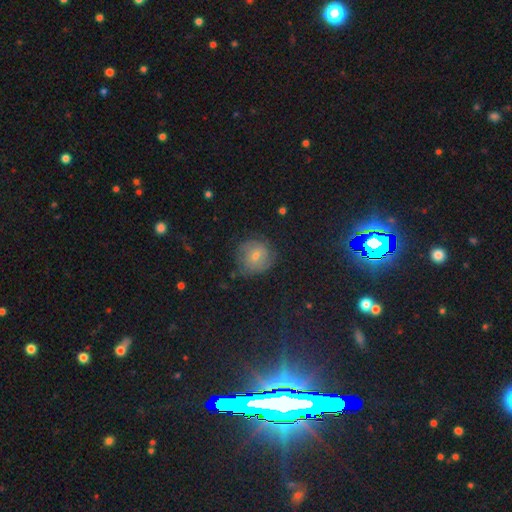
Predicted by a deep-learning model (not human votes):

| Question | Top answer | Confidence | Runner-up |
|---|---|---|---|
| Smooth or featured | smooth | 40% | featured or disk (33%) |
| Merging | none | 75% | minor disturbance (17%) |